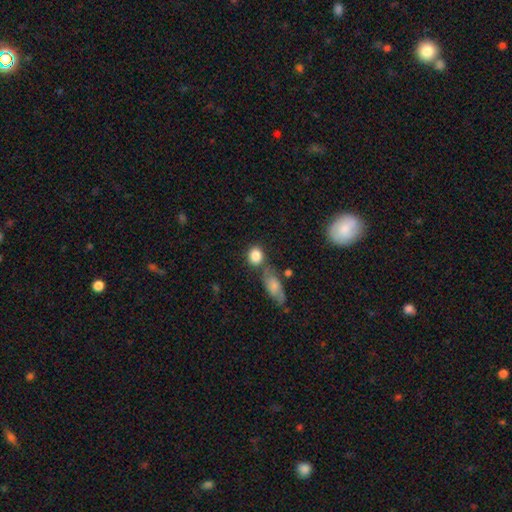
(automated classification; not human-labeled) The model was most divided on "how rounded": round: 63%, in between: 34%, cigar-shaped: 2%. More confident: smooth or featured — smooth (85%); merging — none (58%).